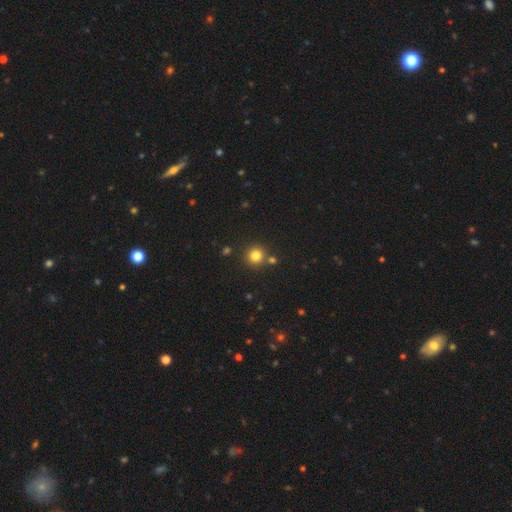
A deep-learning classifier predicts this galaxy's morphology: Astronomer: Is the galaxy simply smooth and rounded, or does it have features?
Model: smooth — 80%.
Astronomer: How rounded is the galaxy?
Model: round — 94%.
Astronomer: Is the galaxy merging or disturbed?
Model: none — 81%.